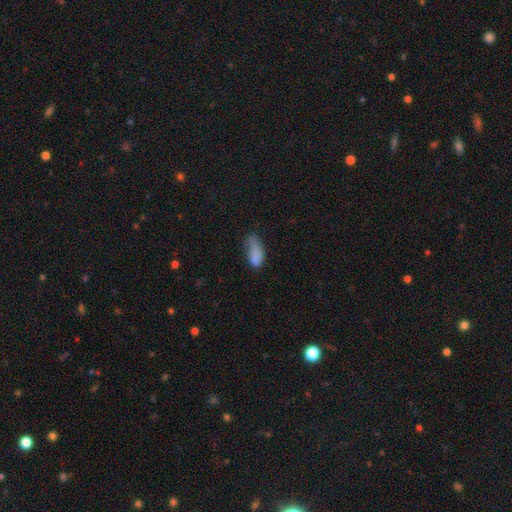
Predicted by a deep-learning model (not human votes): A smooth galaxy with no disk features (80%) that is in between round and cigar-shaped (85%). Merging: minor disturbance (34%).